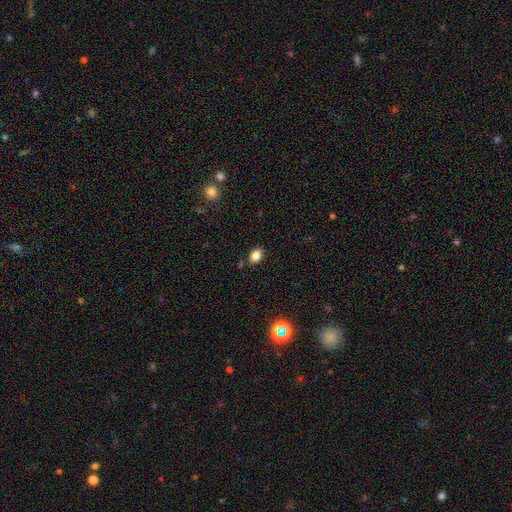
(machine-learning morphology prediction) Overall: smooth (84%). How rounded: in between (72%). Merging: none (84%).